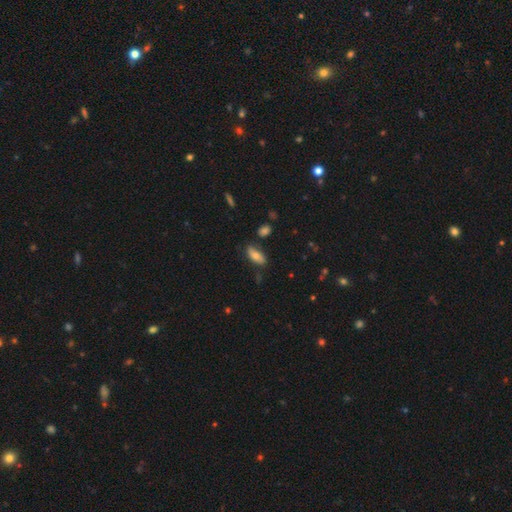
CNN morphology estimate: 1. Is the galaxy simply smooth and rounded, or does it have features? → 73% smooth, 19% featured or disk, 8% star or artifact.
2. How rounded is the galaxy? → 84% in between, 13% cigar-shaped, 3% round.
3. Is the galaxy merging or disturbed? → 73% none, 18% minor disturbance, 4% merger, 4% major disturbance.